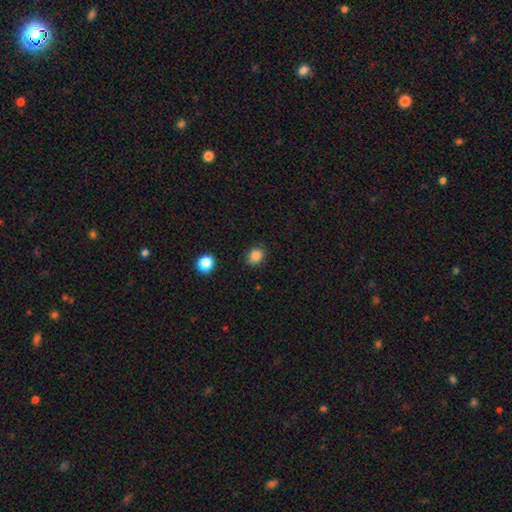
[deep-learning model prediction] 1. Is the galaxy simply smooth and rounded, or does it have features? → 85% smooth, 11% star or artifact, 4% featured or disk.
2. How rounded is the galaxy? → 53% round, 46% in between, 1% cigar-shaped.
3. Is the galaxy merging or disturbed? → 84% none, 12% minor disturbance, 3% major disturbance, 2% merger.